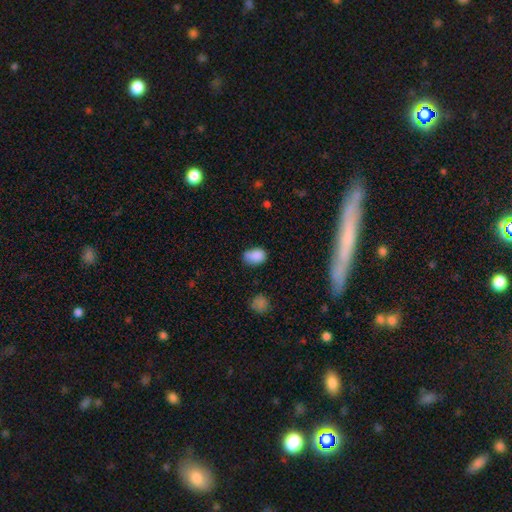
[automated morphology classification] A smooth galaxy with no disk features (85%) that is in between round and cigar-shaped (78%).

Vote fractions:
- Smooth or featured? smooth: 85% / star or artifact: 10% / featured or disk: 5%
- How rounded? in between: 78% / round: 20% / cigar-shaped: 1%
- Merging? none: 59% / minor disturbance: 31% / major disturbance: 6% / merger: 4%